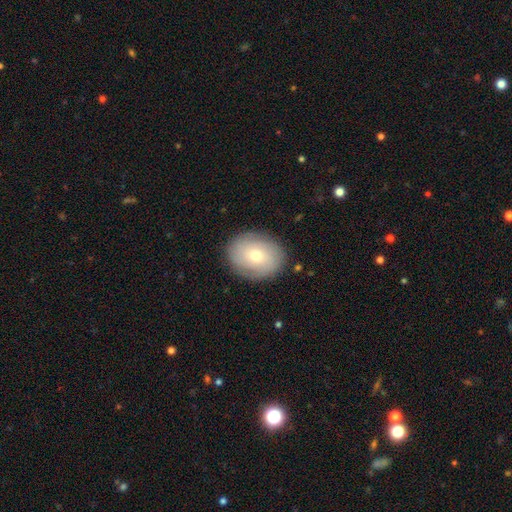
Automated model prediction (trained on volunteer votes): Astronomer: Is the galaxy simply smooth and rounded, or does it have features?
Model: smooth — 64%.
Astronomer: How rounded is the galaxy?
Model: in between — 54% (runner-up: round, 45%).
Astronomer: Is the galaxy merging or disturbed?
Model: none — 86%.